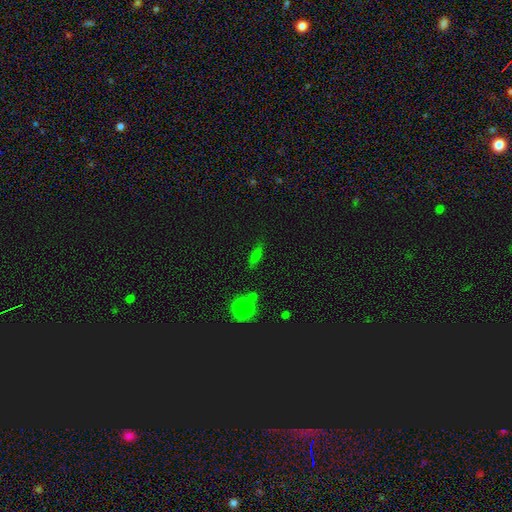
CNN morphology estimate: This appears to be a smooth galaxy with no disk features (63%) that is in between round and cigar-shaped (52%). Merging: none (73%).